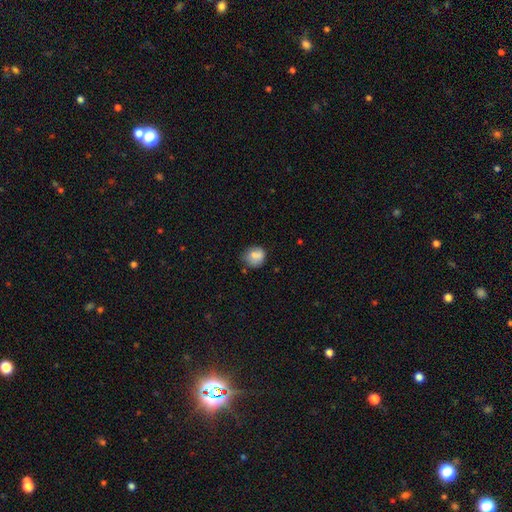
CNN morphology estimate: Smooth or featured: smooth — 77% (featured or disk — 14%)
How rounded: round — 79% (in between — 20%)
Merging: none — 61% (minor disturbance — 26%)